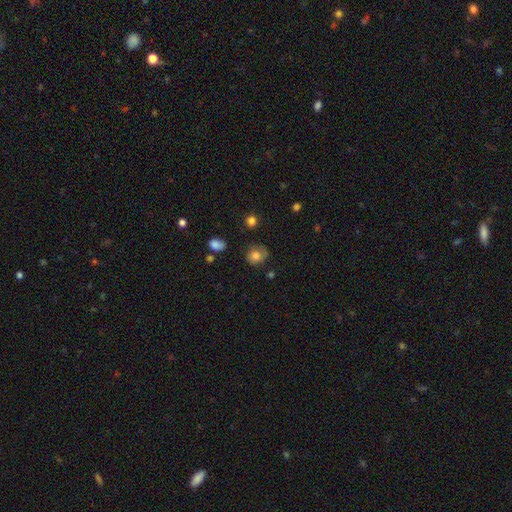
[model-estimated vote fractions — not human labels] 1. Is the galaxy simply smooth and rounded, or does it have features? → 74% smooth, 16% featured or disk, 11% star or artifact.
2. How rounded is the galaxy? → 71% round, 28% in between, 1% cigar-shaped.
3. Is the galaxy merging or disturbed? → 59% none, 26% minor disturbance, 12% major disturbance, 3% merger.